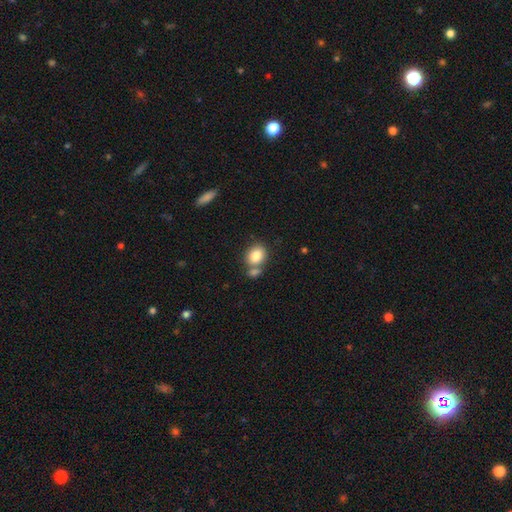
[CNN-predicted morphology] The model was most divided on "how rounded": round: 50%, in between: 48%, cigar-shaped: 1%. More confident: smooth or featured — smooth (82%); merging — none (57%).